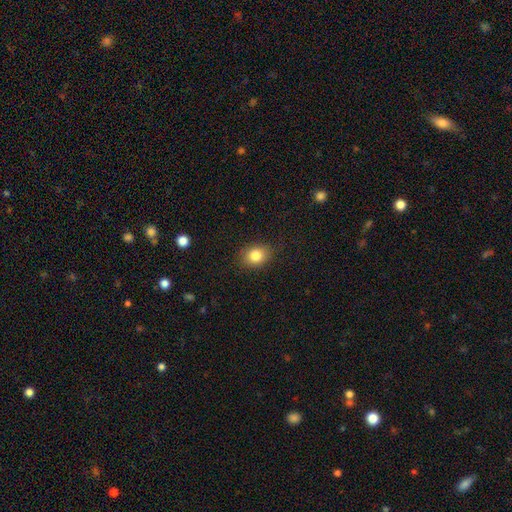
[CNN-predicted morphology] smooth-or-featured: smooth: 83% | star or artifact: 10% | featured or disk: 7%
  how-rounded: in between: 55% | round: 44% | cigar-shaped: 1%
  merging: none: 84% | minor disturbance: 11% | major disturbance: 3% | merger: 1%